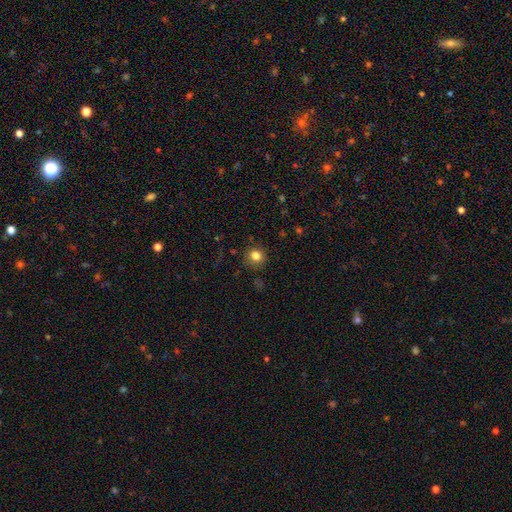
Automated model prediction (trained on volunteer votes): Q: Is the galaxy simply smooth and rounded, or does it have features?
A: smooth — 81%.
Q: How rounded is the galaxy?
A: round — 85%.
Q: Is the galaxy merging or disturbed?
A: none — 83%.